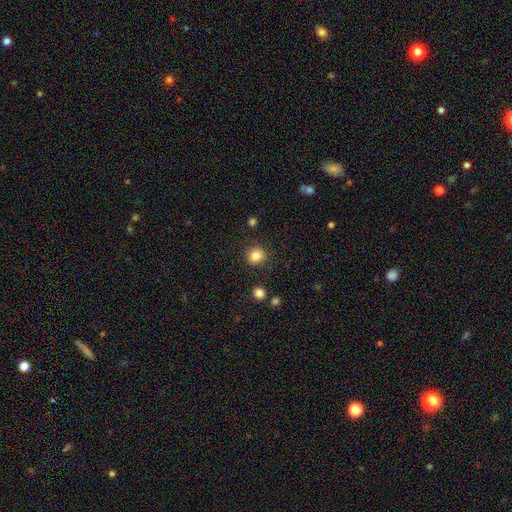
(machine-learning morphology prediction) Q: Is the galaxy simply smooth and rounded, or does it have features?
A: smooth — 85%.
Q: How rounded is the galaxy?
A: round — 84%.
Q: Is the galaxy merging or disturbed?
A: none — 85%.